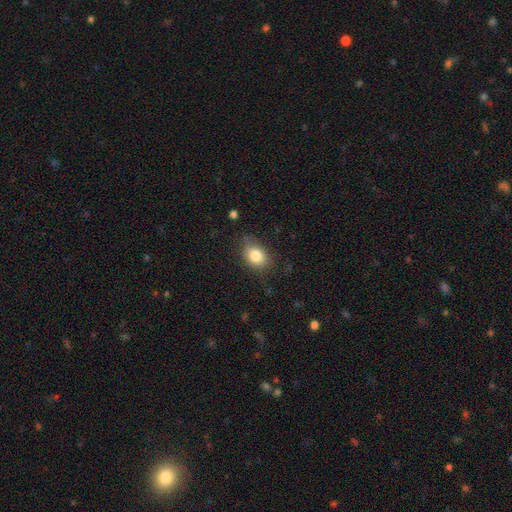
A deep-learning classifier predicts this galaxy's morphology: Smooth or featured?
  - smooth: 82% *
  - star or artifact: 9%
  - featured or disk: 9%
How rounded?
  - in between: 70% *
  - round: 29%
  - cigar-shaped: 1%
Merging?
  - none: 73% *
  - minor disturbance: 20%
  - major disturbance: 5%
  - merger: 1%